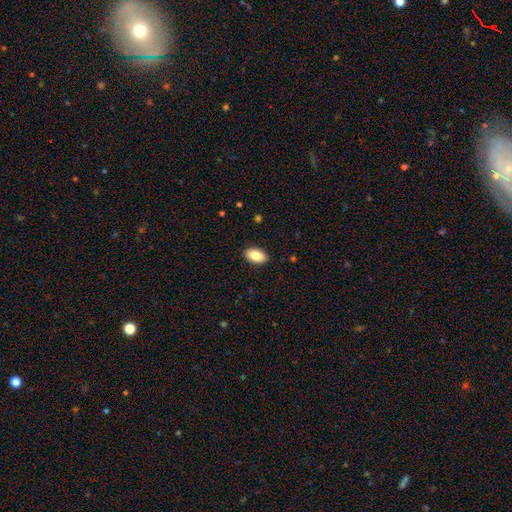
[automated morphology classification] Overall: smooth (86%). How rounded: in between (94%). Merging: none (90%).